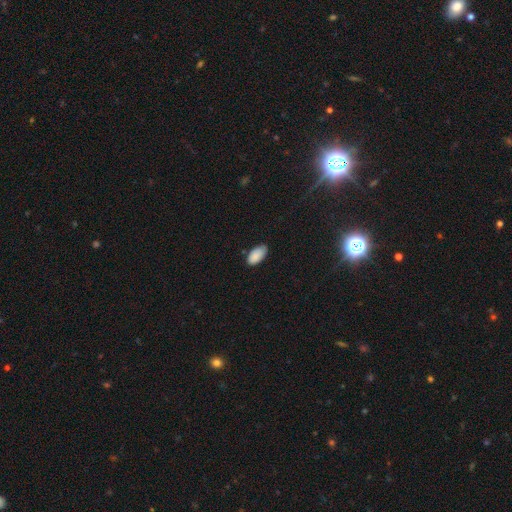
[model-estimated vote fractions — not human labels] Smooth or featured? Predicted: smooth (p=0.88). How rounded? Predicted: in between (p=0.95). Merging? Predicted: none (p=0.69).